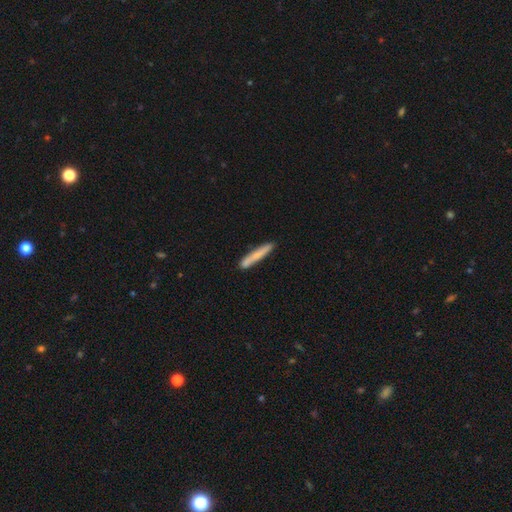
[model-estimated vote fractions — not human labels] A smooth galaxy with no disk features (67%) that is cigar-shaped (95%).

Vote fractions:
- Smooth or featured? smooth: 67% / featured or disk: 27% / star or artifact: 6%
- How rounded? cigar-shaped: 95% / in between: 4% / round: 1%
- Merging? none: 83% / minor disturbance: 12% / merger: 4% / major disturbance: 2%